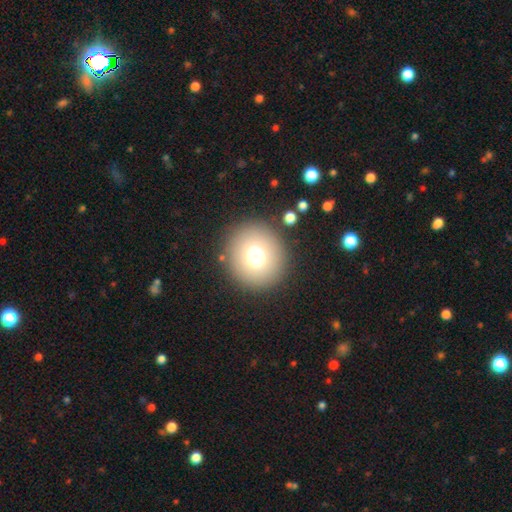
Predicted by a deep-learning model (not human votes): Overall: smooth (71%). How rounded: round (90%). Merging: none (86%).